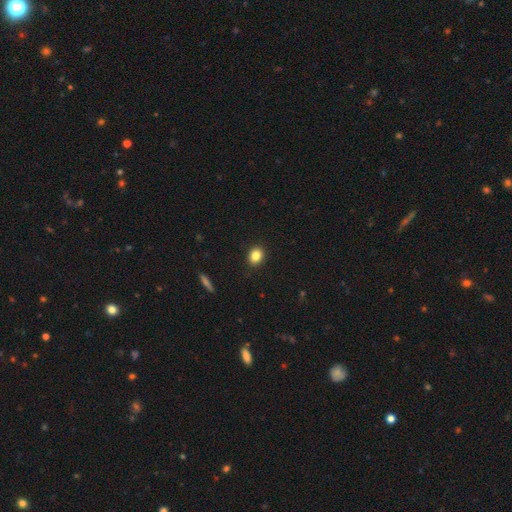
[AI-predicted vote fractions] Q: Smooth or featured?
A: smooth (83%); runner-up: star or artifact (11%)
Q: How rounded?
A: round (61%); runner-up: in between (38%)
Q: Merging?
A: none (90%); runner-up: minor disturbance (7%)